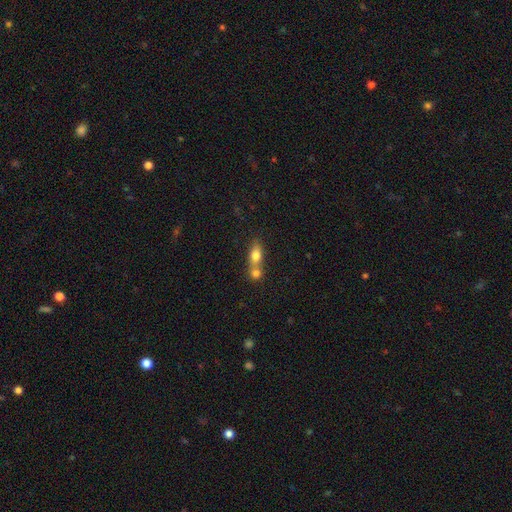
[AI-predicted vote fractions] Smooth or featured? Predicted: smooth (p=0.75). How rounded? Predicted: in between (p=0.62). Merging? Predicted: merger (p=0.63).